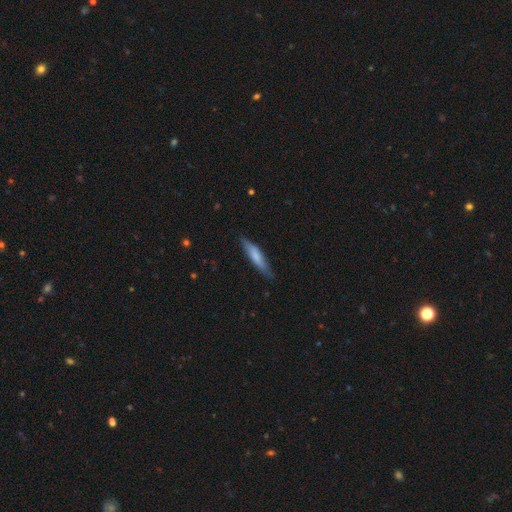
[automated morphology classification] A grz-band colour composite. It shows a smooth galaxy with no disk features (69%) that is cigar-shaped (84%). Merging: none (80%).